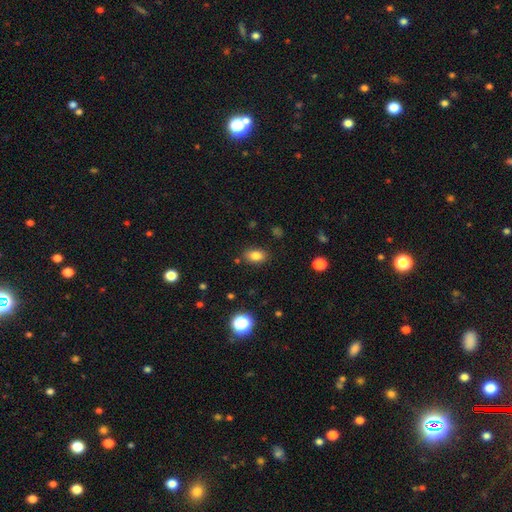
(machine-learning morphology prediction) The model was most divided on "how rounded": in between: 82%, round: 16%, cigar-shaped: 2%. More confident: merging — none (84%); smooth or featured — smooth (82%).